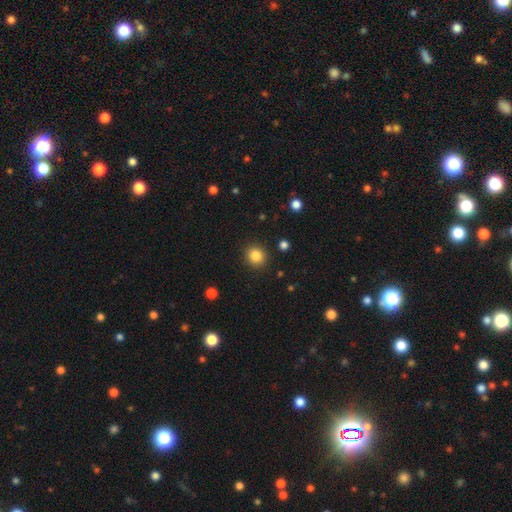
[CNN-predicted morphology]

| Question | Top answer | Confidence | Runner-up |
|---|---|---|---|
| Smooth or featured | smooth | 84% | star or artifact (11%) |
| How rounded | round | 89% | in between (10%) |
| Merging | none | 91% | minor disturbance (6%) |